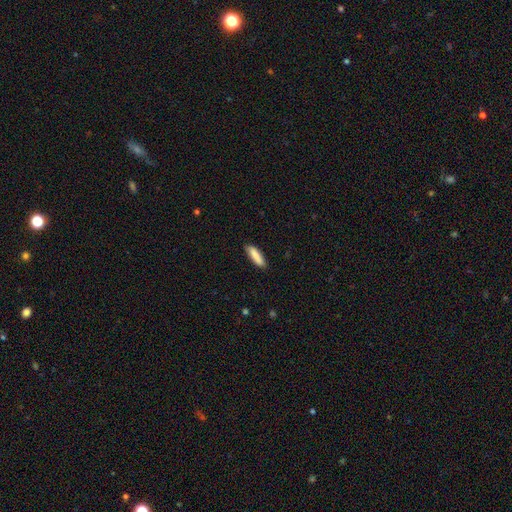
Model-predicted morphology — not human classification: The model was most divided on "how rounded": cigar-shaped: 64%, in between: 35%, round: 1%. More confident: smooth or featured — smooth (87%); merging — none (85%).